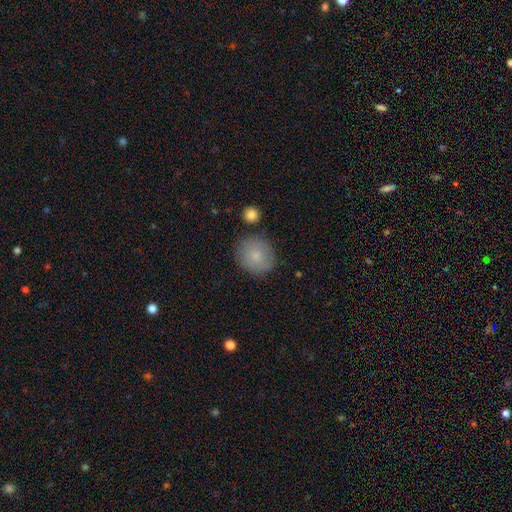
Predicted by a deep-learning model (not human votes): A smooth galaxy with no disk features (81%) that is round (81%). Merging: none (80%).